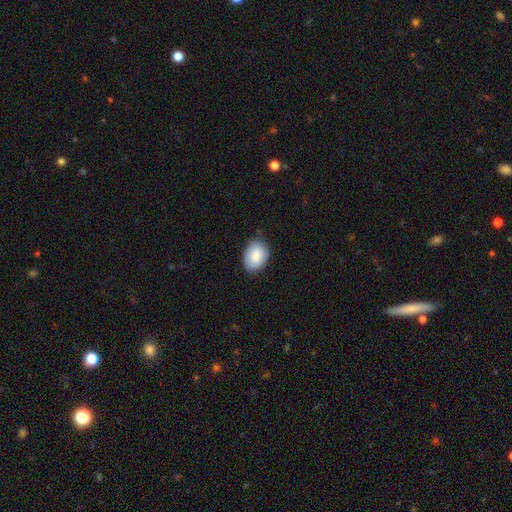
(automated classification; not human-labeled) Smooth or featured?
  - smooth: 85% *
  - featured or disk: 8%
  - star or artifact: 7%
How rounded?
  - in between: 72% *
  - round: 28%
  - cigar-shaped: 1%
Merging?
  - none: 81% *
  - minor disturbance: 15%
  - major disturbance: 3%
  - merger: 1%